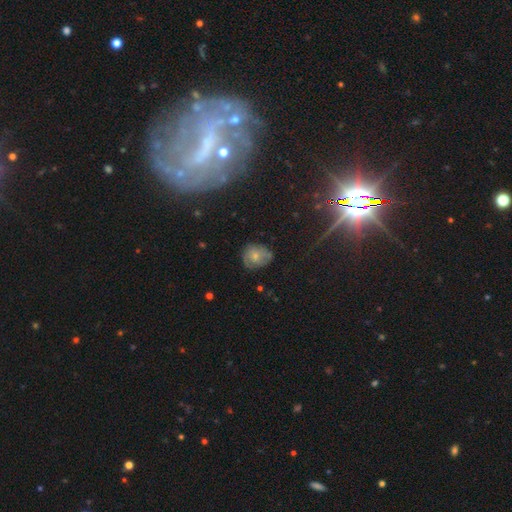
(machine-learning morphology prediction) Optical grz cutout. It shows a smooth galaxy with no disk features (57%) that is round (66%). Merging: none (63%).